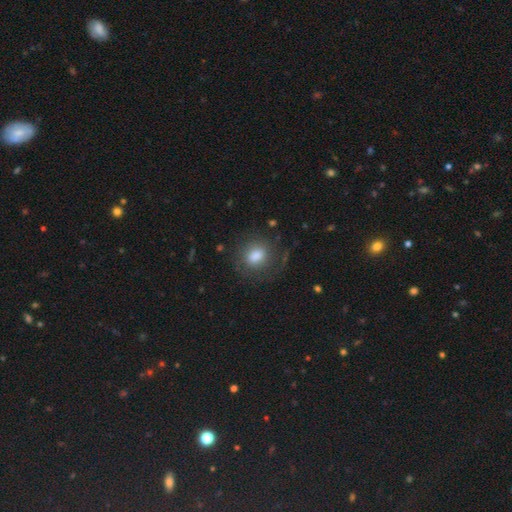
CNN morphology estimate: A smooth galaxy with no disk features (70%) that is round (58%).

Vote fractions:
- Smooth or featured? smooth: 70% / featured or disk: 20% / star or artifact: 11%
- How rounded? round: 58% / in between: 40% / cigar-shaped: 1%
- Merging? none: 72% / minor disturbance: 16% / major disturbance: 10% / merger: 2%